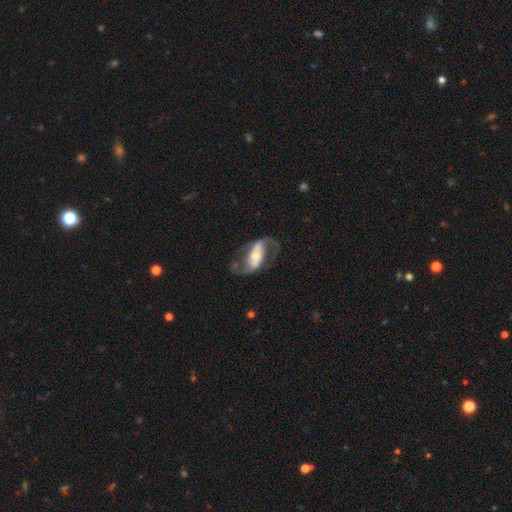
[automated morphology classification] Smooth or featured? Predicted: featured or disk (p=0.84). Edge-on disk? Predicted: no (p=0.94). Bar? Predicted: strong (p=0.46). Spiral arms? Predicted: yes (p=0.91). Spiral winding? Predicted: loose (p=0.53). Spiral arm count? Predicted: 2 (p=0.91). Bulge size? Predicted: moderate (p=0.53). Merging? Predicted: none (p=0.68).